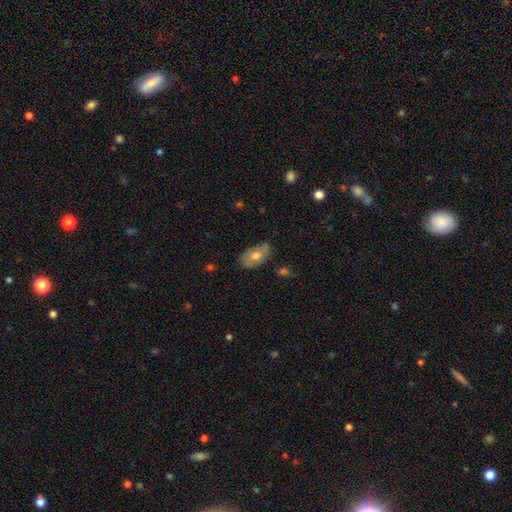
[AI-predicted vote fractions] A smooth galaxy with no disk features (55%) that is in between round and cigar-shaped (92%). Merging: none (63%).